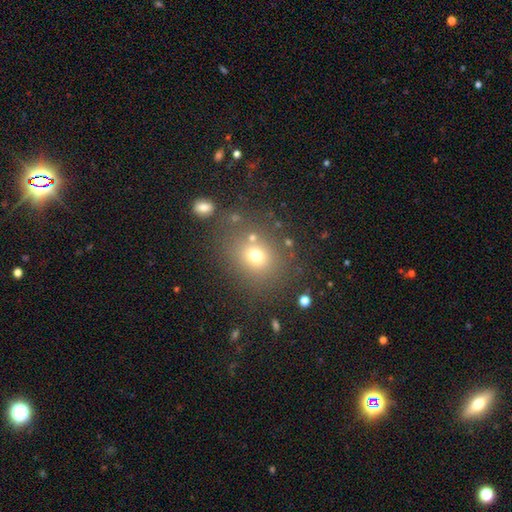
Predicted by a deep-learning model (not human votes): Overall: smooth (69%). How rounded: round (68%; in between 31%). Merging: none (74%).